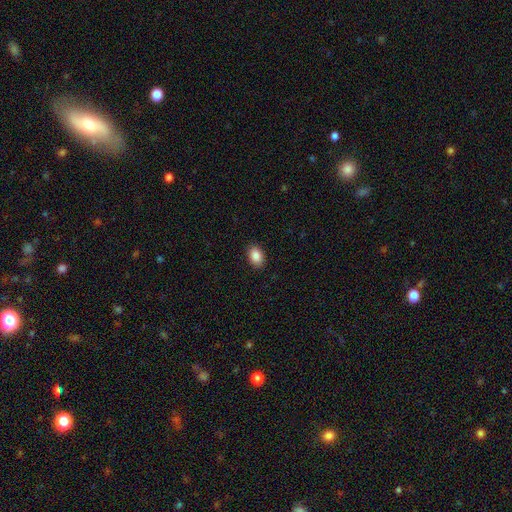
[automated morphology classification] A smooth galaxy with no disk features (88%) that is in between round and cigar-shaped (84%).

Vote fractions:
- Smooth or featured? smooth: 88% / star or artifact: 8% / featured or disk: 4%
- How rounded? in between: 84% / round: 15% / cigar-shaped: 1%
- Merging? none: 90% / minor disturbance: 7% / major disturbance: 2% / merger: 1%